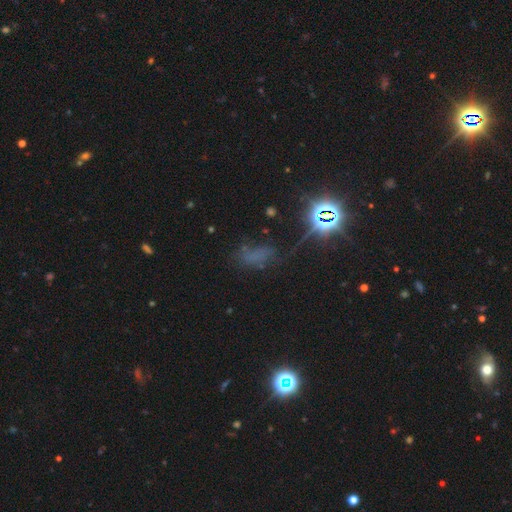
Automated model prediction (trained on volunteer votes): Smooth or featured?
  - star or artifact: 49% *
  - smooth: 32%
  - featured or disk: 20%